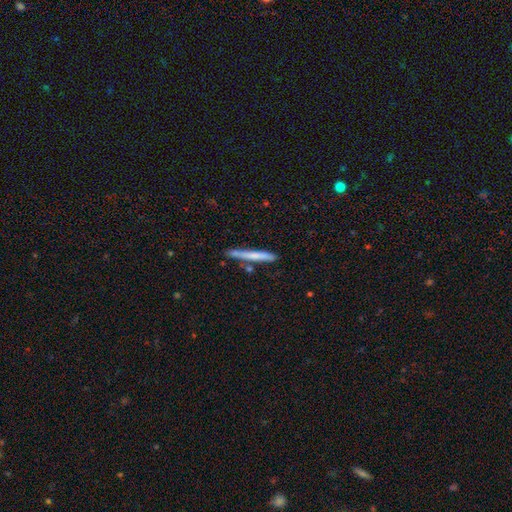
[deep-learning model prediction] Smooth or featured?
  - smooth: 67% *
  - featured or disk: 27%
  - star or artifact: 6%
How rounded?
  - cigar-shaped: 96% *
  - in between: 3%
  - round: 1%
Merging?
  - none: 74% *
  - minor disturbance: 16%
  - merger: 7%
  - major disturbance: 3%